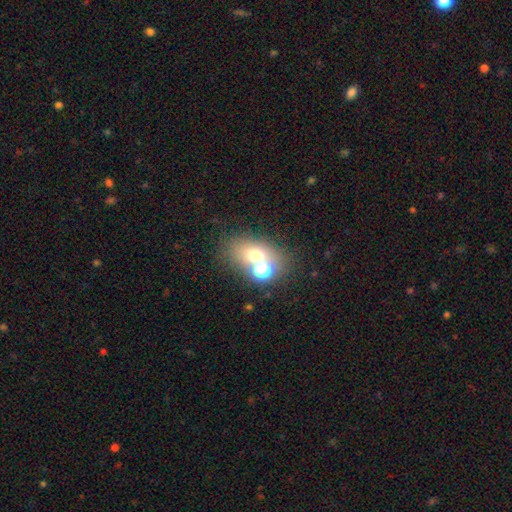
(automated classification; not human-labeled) This appears to be a smooth galaxy with no disk features (59%) that is in between round and cigar-shaped (55%). Merging: none (55%).